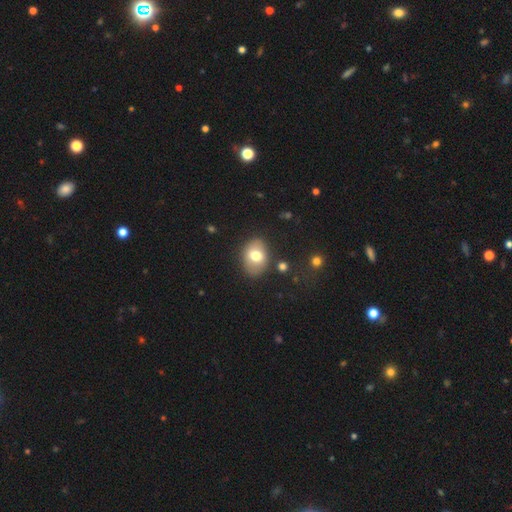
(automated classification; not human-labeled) smooth 71%, featured or disk 21%, star or artifact 8%. Down the decision tree: how rounded — in between (70%); merging — none (80%).